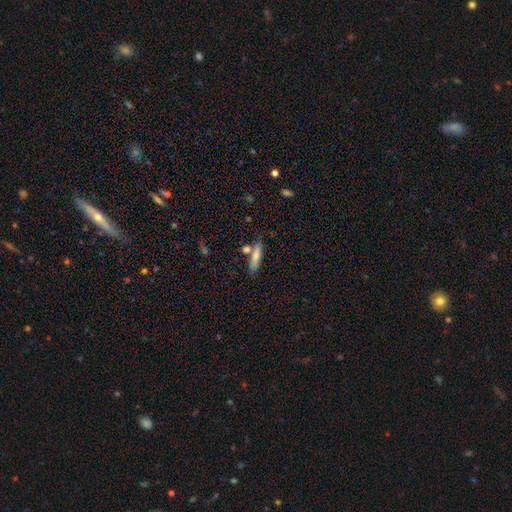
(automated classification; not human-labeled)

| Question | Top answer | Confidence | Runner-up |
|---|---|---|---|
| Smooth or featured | smooth | 74% | featured or disk (19%) |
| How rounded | cigar-shaped | 76% | in between (21%) |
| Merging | none | 69% | merger (14%) |